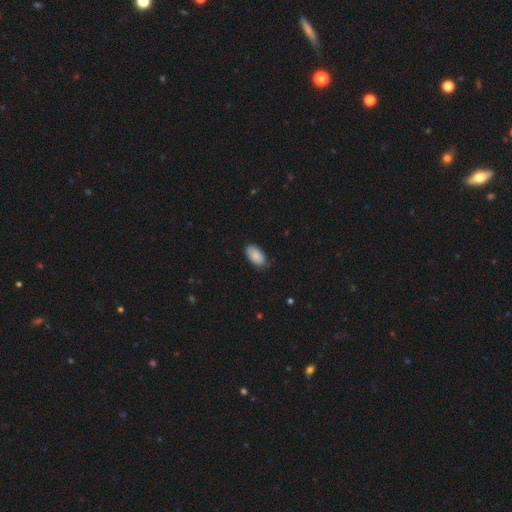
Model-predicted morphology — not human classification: Smooth or featured? smooth (89%)
How rounded? in between (95%)
Merging? none (77%)